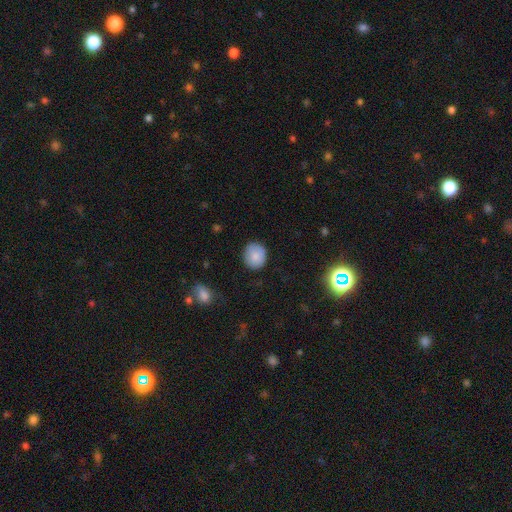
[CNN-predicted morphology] smooth 85%, star or artifact 8%, featured or disk 7%. Down the decision tree: how rounded — round (80%); merging — none (84%).